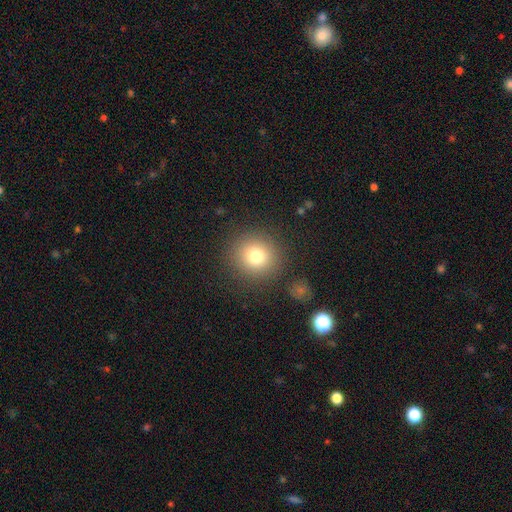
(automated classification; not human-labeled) This appears to be a smooth galaxy with no disk features (77%) that is round (91%). Merging: none (87%).